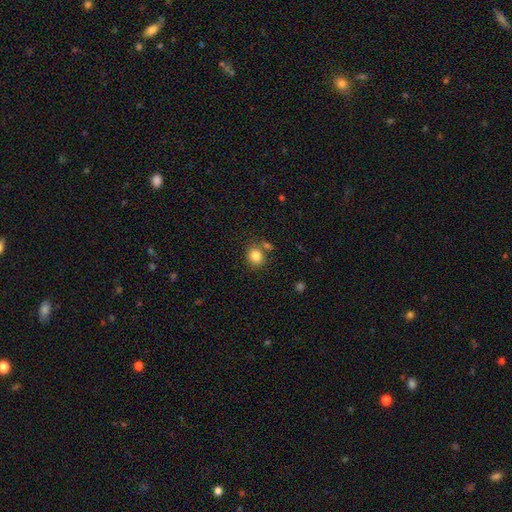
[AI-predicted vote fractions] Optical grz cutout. It shows a smooth galaxy with no disk features (84%) that is round (73%). Merging: none (71%).